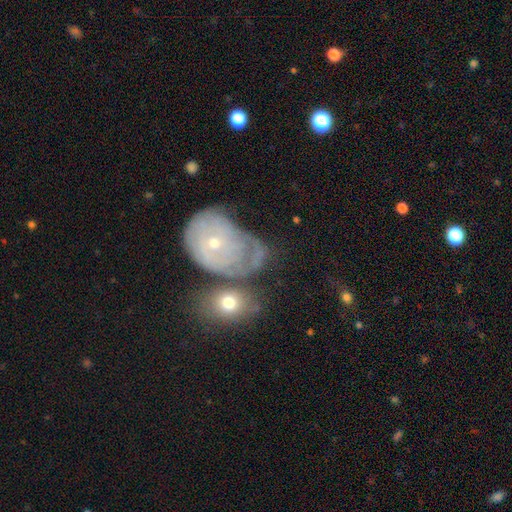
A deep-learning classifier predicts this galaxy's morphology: featured or disk 54%, smooth 36%, star or artifact 10%. Down the decision tree: edge-on disk — no (95%); bar — no (84%); spiral arms — yes (55%); bulge size — small (68%); merging — none (30%).